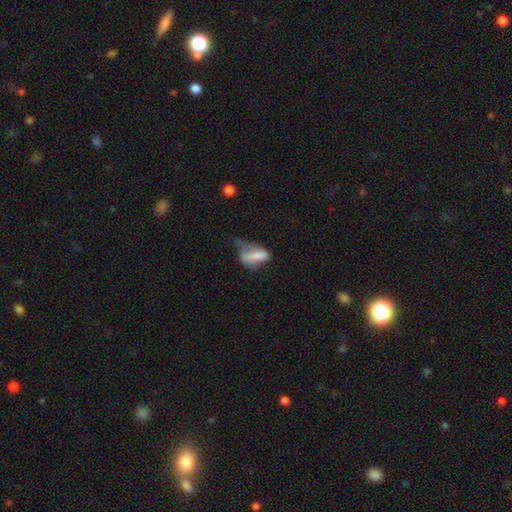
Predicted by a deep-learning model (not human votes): The model was most divided on "merging": major disturbance: 44%, minor disturbance: 29%, none: 19%, merger: 8%. More confident: how rounded — in between (81%); smooth or featured — smooth (65%).